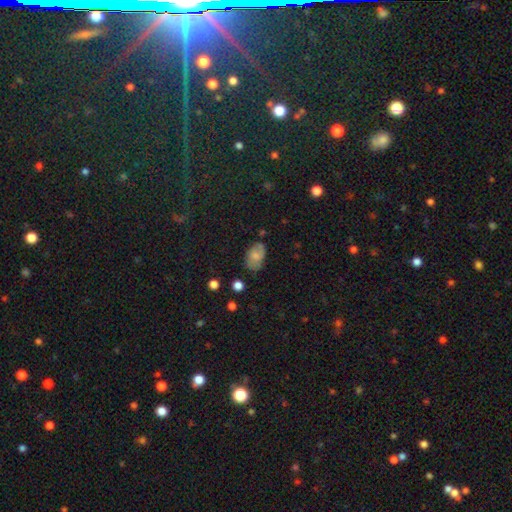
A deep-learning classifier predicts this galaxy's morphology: smooth-or-featured: smooth: 70% | featured or disk: 21% | star or artifact: 10%
  how-rounded: in between: 89% | round: 9% | cigar-shaped: 1%
  merging: none: 64% | minor disturbance: 26% | major disturbance: 8% | merger: 3%